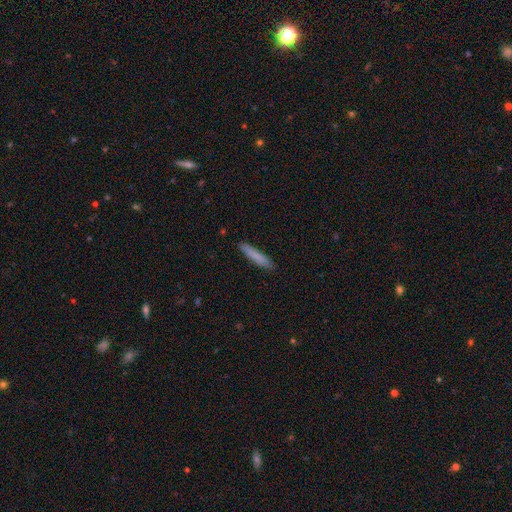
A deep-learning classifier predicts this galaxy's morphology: smooth-or-featured: smooth: 80% | featured or disk: 14% | star or artifact: 6%
  how-rounded: cigar-shaped: 93% | in between: 6% | round: 1%
  merging: none: 88% | minor disturbance: 9% | major disturbance: 2% | merger: 1%